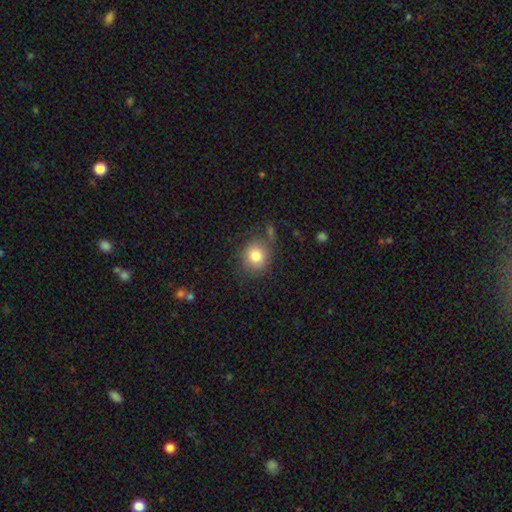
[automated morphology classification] type=smooth (81%); roundness=round (78%); merging=none (70%).